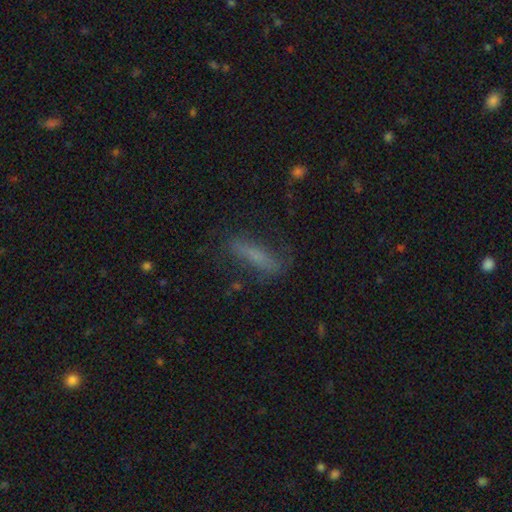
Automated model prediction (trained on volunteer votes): This is possibly a smooth galaxy (59%). How rounded: likely cigar-shaped (80%). Merging: likely none (72%).